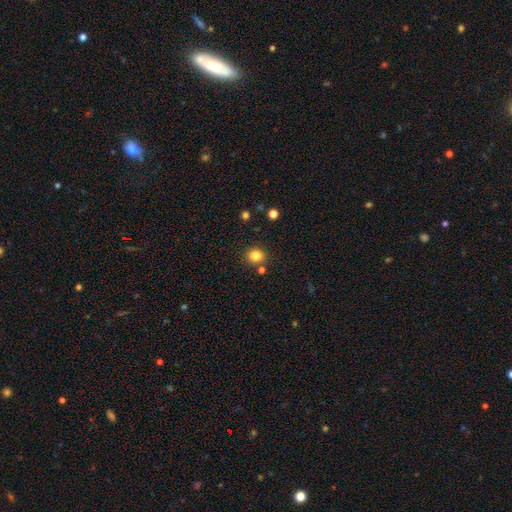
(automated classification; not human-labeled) A smooth galaxy with no disk features (82%) that is round (77%).

Vote fractions:
- Smooth or featured? smooth: 82% / star or artifact: 12% / featured or disk: 6%
- How rounded? round: 77% / in between: 22% / cigar-shaped: 1%
- Merging? none: 84% / minor disturbance: 8% / merger: 5% / major disturbance: 2%